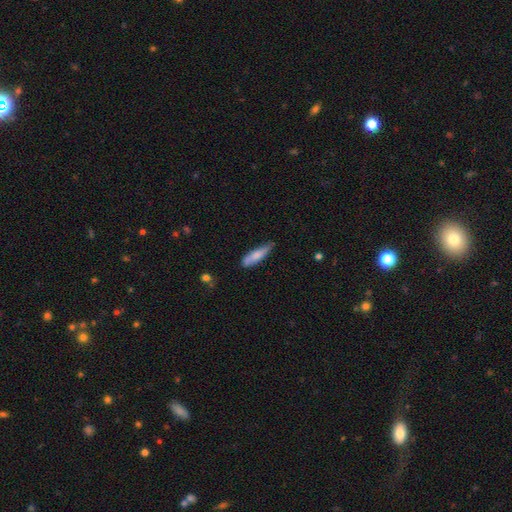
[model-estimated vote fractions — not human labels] This is likely a smooth galaxy (72%). How rounded: likely cigar-shaped (69%). Merging: likely none (62%).